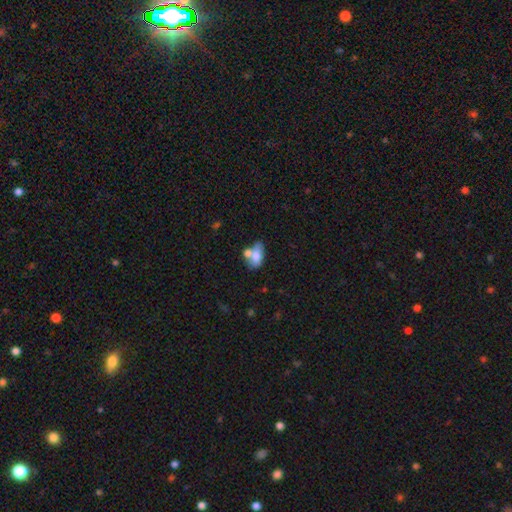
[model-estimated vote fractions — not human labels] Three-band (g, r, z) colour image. It shows a smooth galaxy with no disk features (68%) that is in between round and cigar-shaped (85%). Merging: merger (45%).